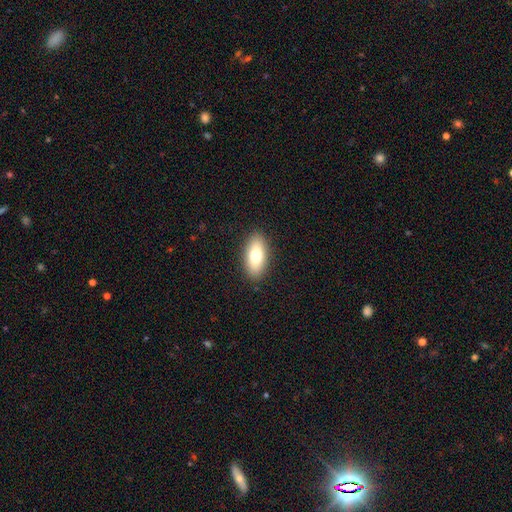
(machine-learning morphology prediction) Smooth or featured? Predicted: smooth (p=0.75). How rounded? Predicted: in between (p=0.88). Merging? Predicted: none (p=0.89).